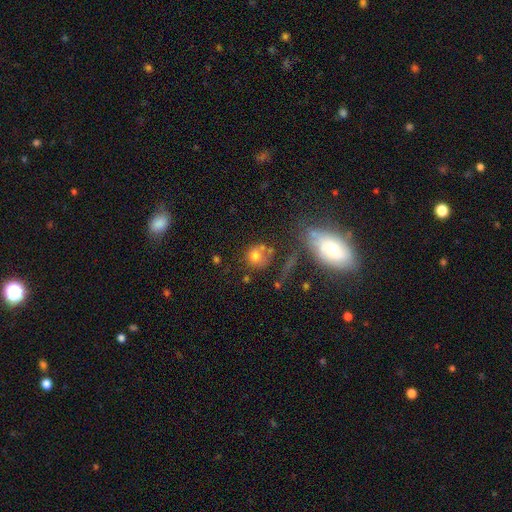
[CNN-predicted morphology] Smooth or featured?
  - smooth: 69% *
  - featured or disk: 16%
  - star or artifact: 15%
How rounded?
  - round: 79% *
  - in between: 19%
  - cigar-shaped: 2%
Merging?
  - none: 52% *
  - merger: 20%
  - minor disturbance: 17%
  - major disturbance: 11%